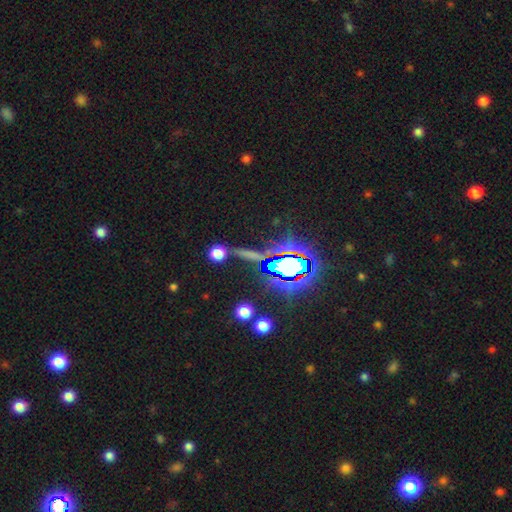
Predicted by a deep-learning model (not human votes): Smooth or featured?
  - star or artifact: 62% *
  - smooth: 22%
  - featured or disk: 16%